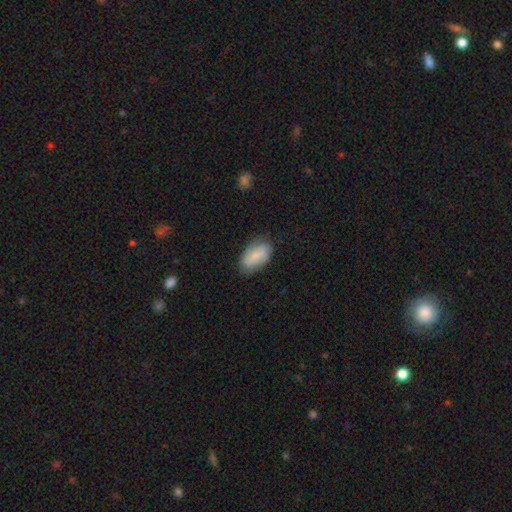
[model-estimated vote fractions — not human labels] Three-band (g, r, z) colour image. It shows a smooth galaxy with no disk features (75%) that is in between round and cigar-shaped (93%). Merging: none (71%).